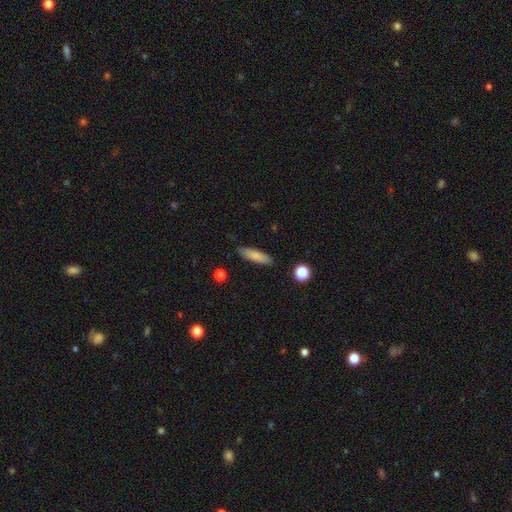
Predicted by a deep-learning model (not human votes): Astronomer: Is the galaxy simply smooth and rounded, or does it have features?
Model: smooth — 80%.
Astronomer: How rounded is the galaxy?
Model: cigar-shaped — 65%.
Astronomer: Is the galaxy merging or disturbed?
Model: none — 88%.